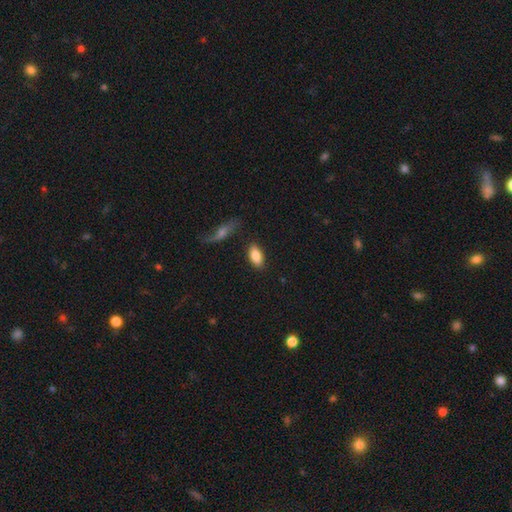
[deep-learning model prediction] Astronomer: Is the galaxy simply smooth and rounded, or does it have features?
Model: smooth — 83%.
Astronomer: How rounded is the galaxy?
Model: in between — 91%.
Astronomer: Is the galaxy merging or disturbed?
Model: none — 83%.